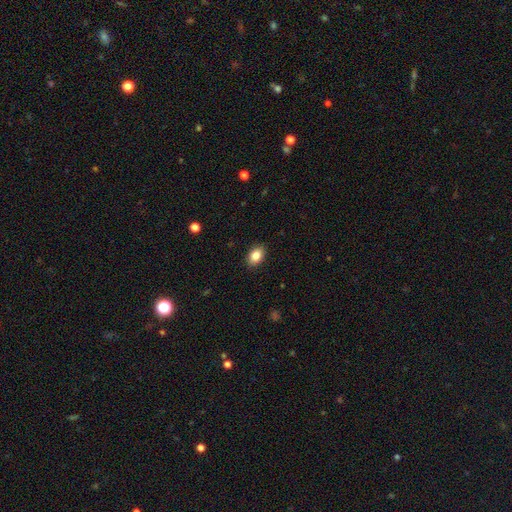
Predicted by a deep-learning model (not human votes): Overall: smooth (85%). How rounded: in between (83%). Merging: none (89%).